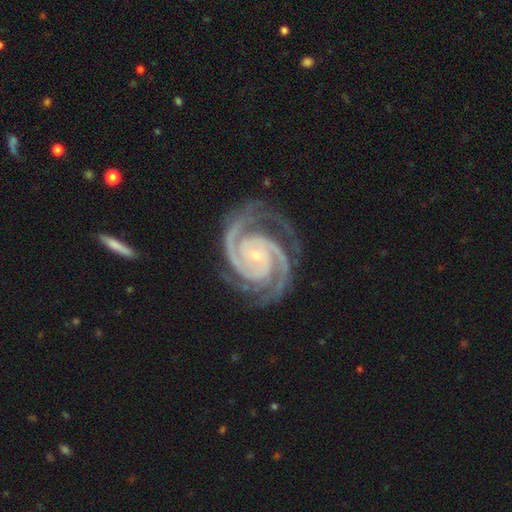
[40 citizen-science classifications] A featured or disk galaxy (95%) with no bar (68%), 3 (42%) tight (74%) spiral arms (100%) and a small central bulge (84%).

Vote fractions:
- Smooth or featured? featured or disk: 95% / smooth: 2% / star or artifact: 2%
- Edge-on disk? no: 100% / yes: 0%
- Bar? no: 68% / weak: 21% / strong: 11%
- Spiral arms? yes: 100% / no: 0%
- Spiral winding? tight: 74% / medium: 26% / loose: 0%
- Spiral arm count? 3: 42% / 2: 34% / 4: 24% / 1: 0% / more than 4: 0% / can't tell: 0%
- Bulge size? small: 84% / moderate: 11% / none: 5% / dominant: 0% / large: 0%
- Merging? none: 74% / minor disturbance: 13% / major disturbance: 10% / merger: 3%